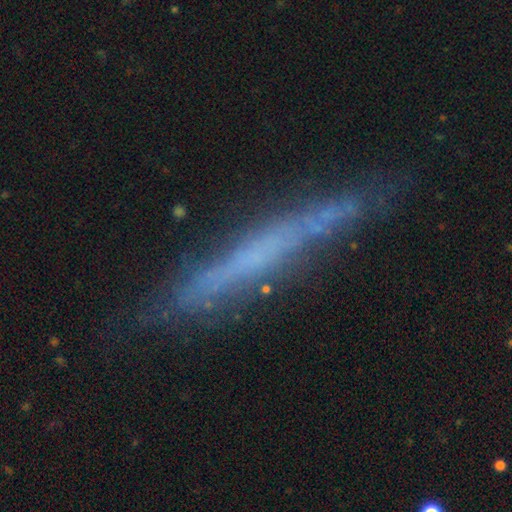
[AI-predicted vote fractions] Overall: featured or disk (60%; smooth 31%). Edge-on disk: yes (91%). Edge-on bulge: none (85%). Merging: none (76%).